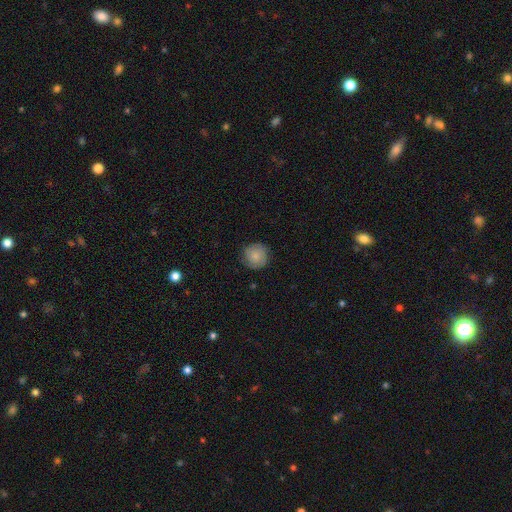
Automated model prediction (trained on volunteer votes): Smooth or featured: smooth — 67% (featured or disk — 26%)
How rounded: round — 93% (in between — 6%)
Merging: none — 83% (minor disturbance — 13%)